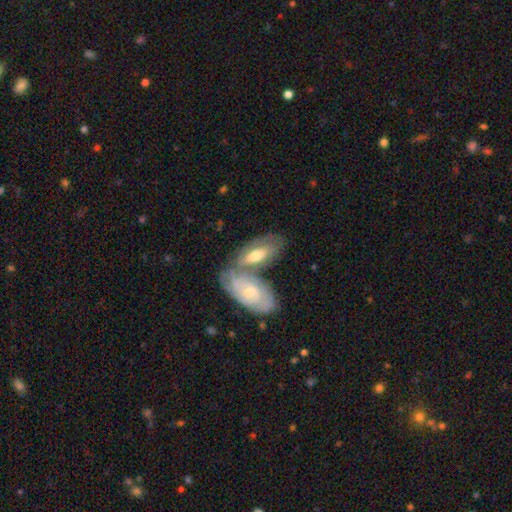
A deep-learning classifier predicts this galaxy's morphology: featured or disk 58%, smooth 37%, star or artifact 5%. Down the decision tree: edge-on disk — no (84%); merging — merger (42%).